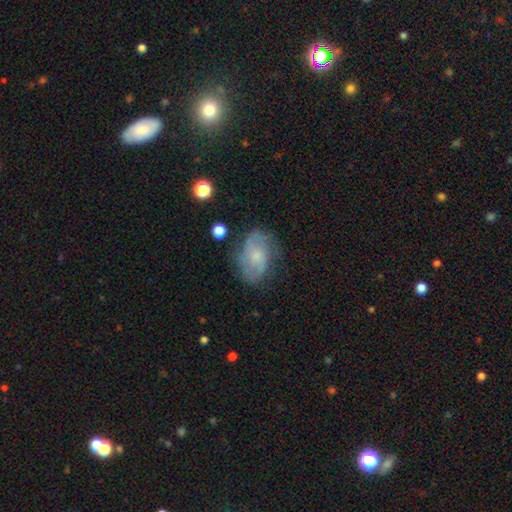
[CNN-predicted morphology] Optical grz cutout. It shows a featured or disk galaxy (62%) with no bar (63%), 2 (74%) medium (46%) spiral arms (87%) and a small central bulge (45%). Merging: none (68%).